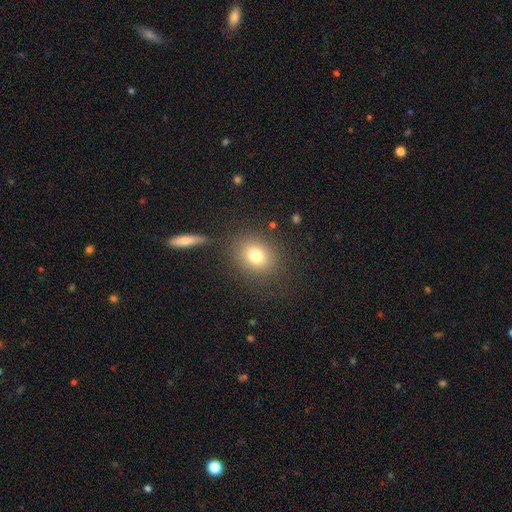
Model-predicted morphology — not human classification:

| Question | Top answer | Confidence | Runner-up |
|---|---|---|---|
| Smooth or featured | smooth | 77% | star or artifact (12%) |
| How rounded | round | 65% | in between (34%) |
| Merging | none | 81% | minor disturbance (10%) |